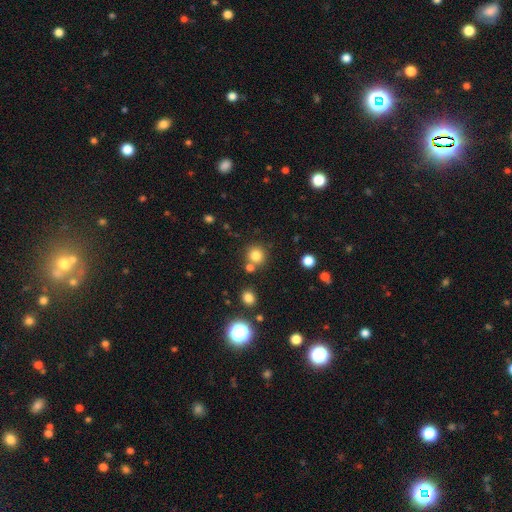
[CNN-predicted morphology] Smooth or featured?
  - smooth: 79% *
  - star or artifact: 14%
  - featured or disk: 7%
How rounded?
  - round: 90% *
  - in between: 9%
  - cigar-shaped: 1%
Merging?
  - none: 72% *
  - merger: 16%
  - minor disturbance: 9%
  - major disturbance: 3%